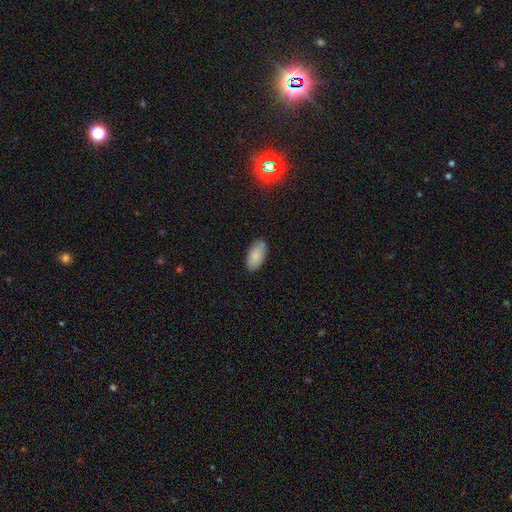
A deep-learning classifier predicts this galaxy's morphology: This is clearly a smooth galaxy (87%). How rounded: clearly in between (95%). Merging: clearly none (86%).